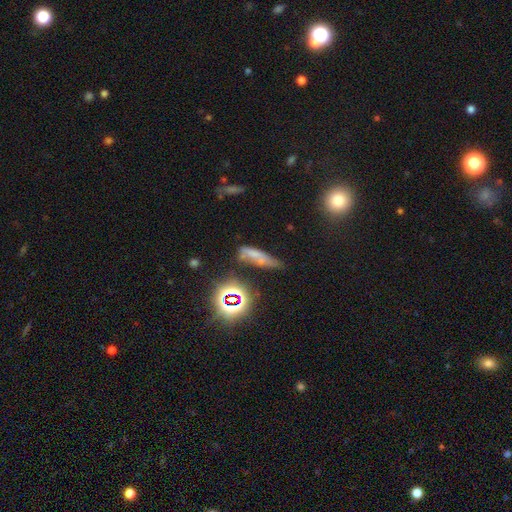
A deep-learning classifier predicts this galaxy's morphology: type=smooth (52%); roundness=cigar-shaped (60%); merging=none (41%).